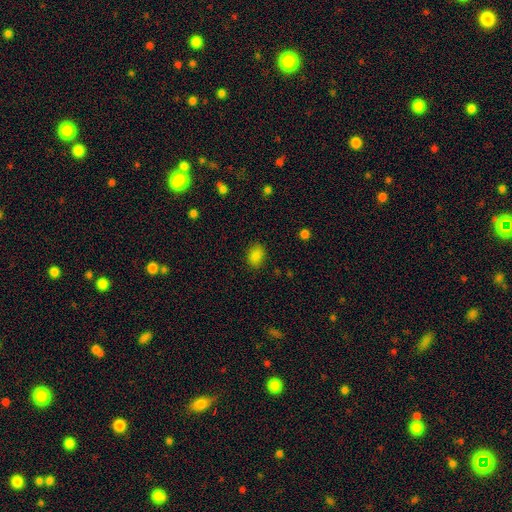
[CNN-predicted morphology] smooth-or-featured: smooth: 85% | star or artifact: 11% | featured or disk: 5%
  how-rounded: in between: 70% | round: 29% | cigar-shaped: 1%
  merging: none: 85% | minor disturbance: 11% | major disturbance: 3% | merger: 1%